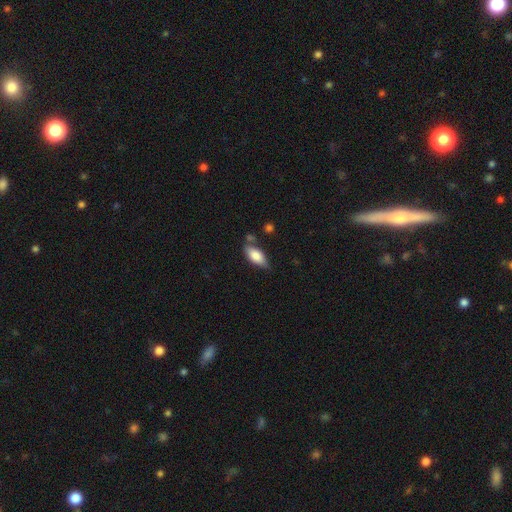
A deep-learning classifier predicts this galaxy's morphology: Smooth or featured? smooth (78%)
How rounded? in between (85%)
Merging? none (61%)